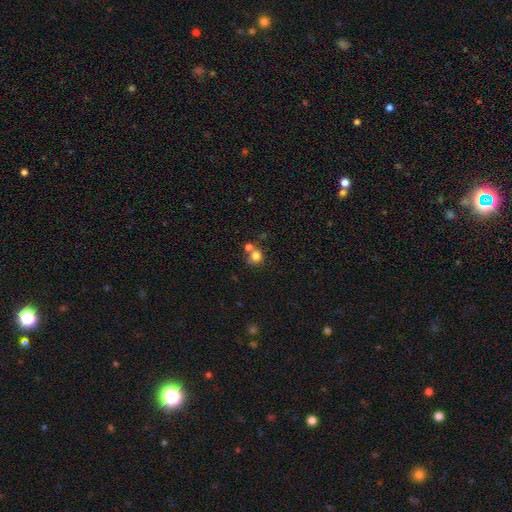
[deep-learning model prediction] A smooth galaxy with no disk features (77%) that is round (85%). Merging: none (50%).